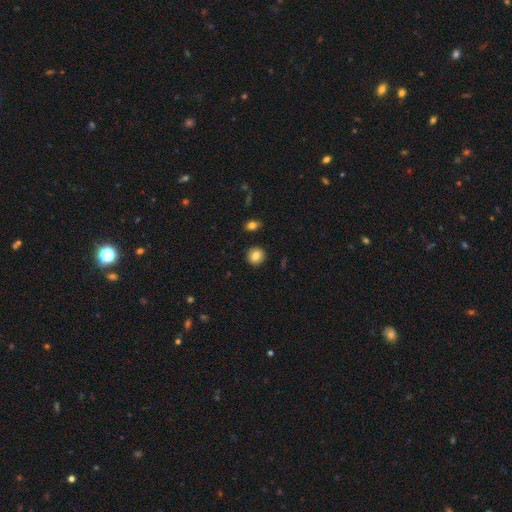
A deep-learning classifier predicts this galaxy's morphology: smooth-or-featured: smooth: 84% | star or artifact: 9% | featured or disk: 7%
  how-rounded: round: 88% | in between: 11% | cigar-shaped: 1%
  merging: none: 91% | minor disturbance: 6% | major disturbance: 2% | merger: 2%